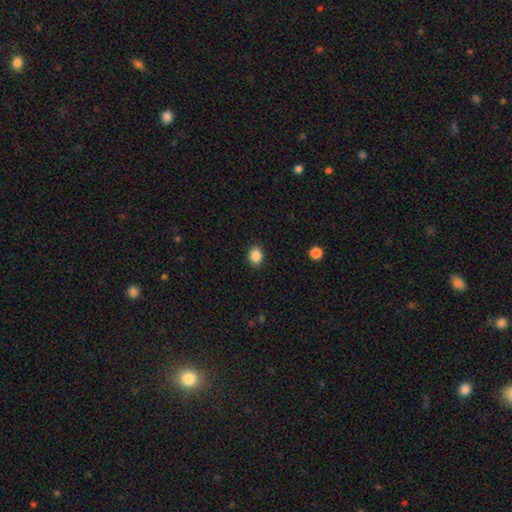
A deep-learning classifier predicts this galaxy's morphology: Smooth or featured: smooth — 87% (star or artifact — 10%)
How rounded: round — 50% (in between — 49%)
Merging: none — 89% (minor disturbance — 7%)